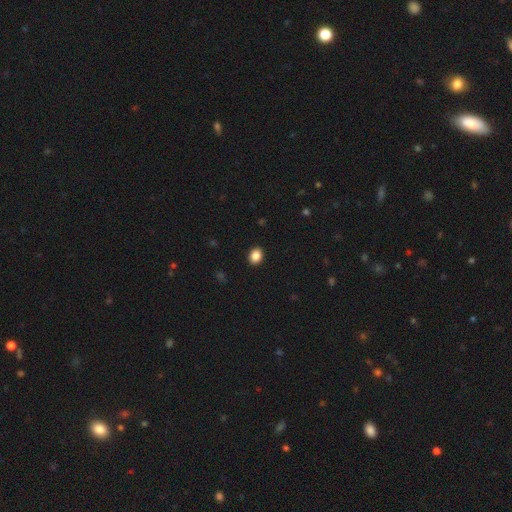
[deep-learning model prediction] The model was most divided on "how rounded": round: 57%, in between: 43%, cigar-shaped: 1%. More confident: merging — none (92%); smooth or featured — smooth (87%).